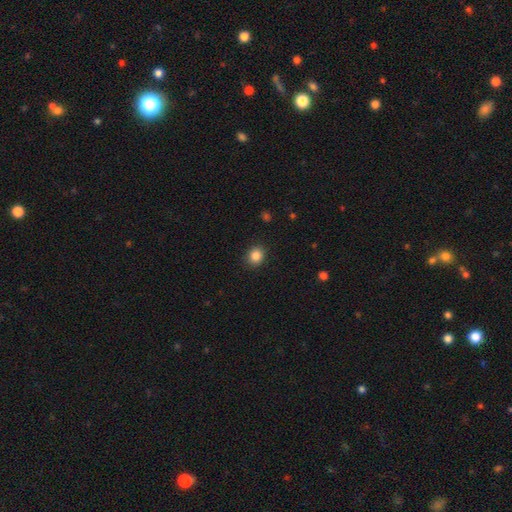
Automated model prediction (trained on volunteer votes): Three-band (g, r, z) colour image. It shows a smooth galaxy with no disk features (85%) that is round (69%). Merging: none (90%).